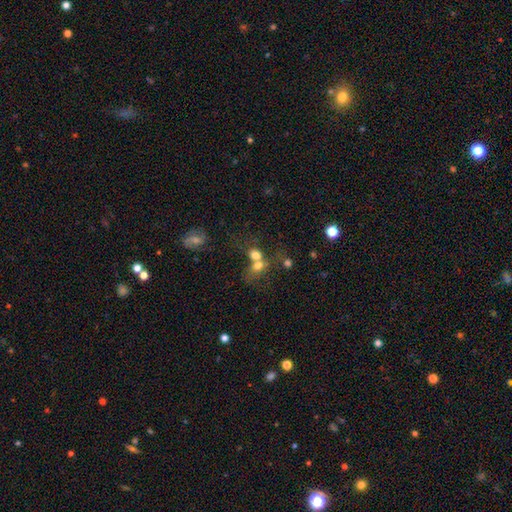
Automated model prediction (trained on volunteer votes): This is likely a smooth galaxy (70%). How rounded: possibly round (53%). Merging: possibly merger (59%).